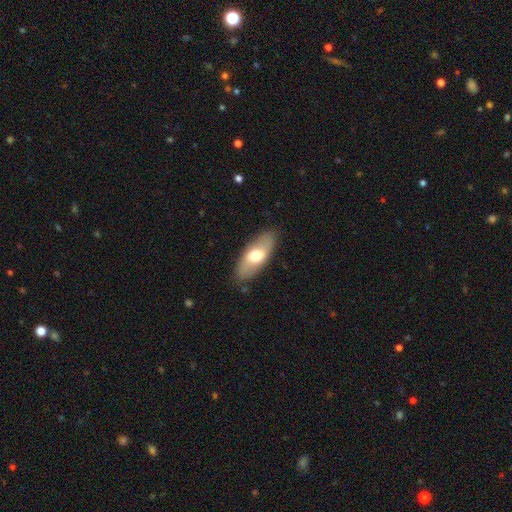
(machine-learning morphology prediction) Overall: smooth (61%; featured or disk 34%). How rounded: in between (83%). Merging: none (84%).